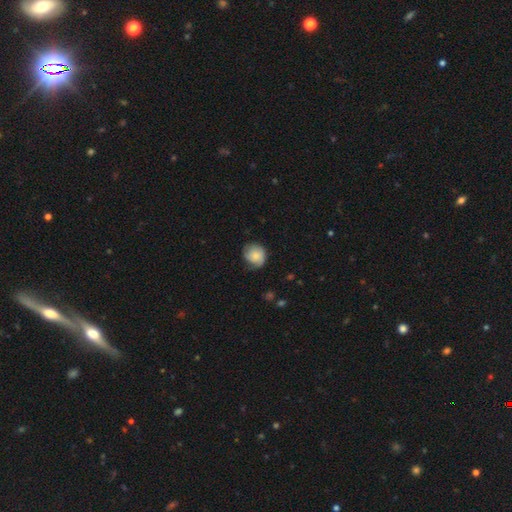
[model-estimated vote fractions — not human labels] Q: Smooth or featured?
A: smooth (72%); runner-up: featured or disk (21%)
Q: How rounded?
A: round (78%); runner-up: in between (21%)
Q: Merging?
A: none (59%); runner-up: minor disturbance (30%)